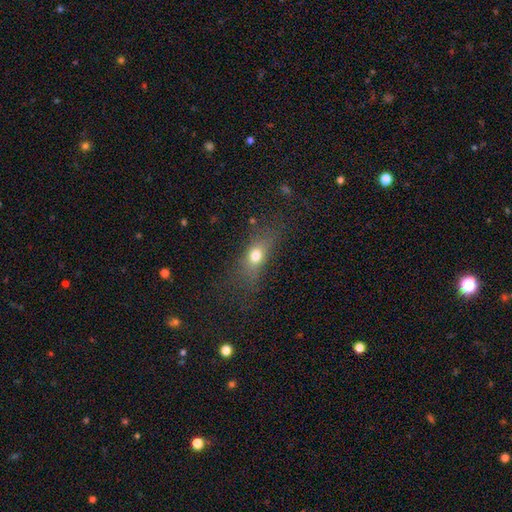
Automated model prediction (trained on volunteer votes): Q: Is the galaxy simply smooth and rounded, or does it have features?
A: smooth — 70%.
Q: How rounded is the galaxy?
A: in between — 65%.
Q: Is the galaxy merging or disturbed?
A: none — 64%.